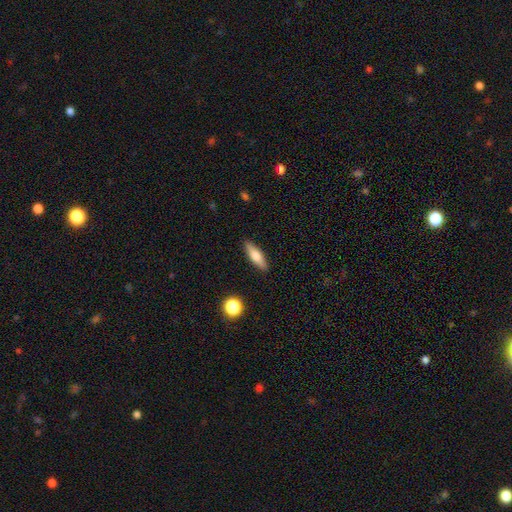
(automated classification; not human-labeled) Smooth or featured?
  - smooth: 62% *
  - featured or disk: 31%
  - star or artifact: 7%
How rounded?
  - cigar-shaped: 60% *
  - in between: 37%
  - round: 3%
Merging?
  - none: 89% *
  - minor disturbance: 8%
  - major disturbance: 2%
  - merger: 1%